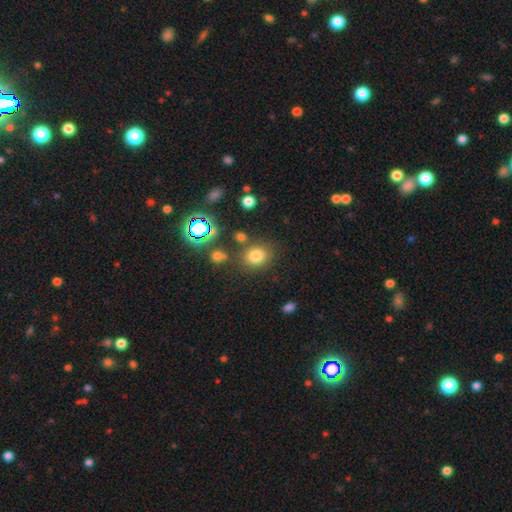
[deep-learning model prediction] Smooth or featured? Predicted: smooth (p=0.76). How rounded? Predicted: round (p=0.63). Merging? Predicted: none (p=0.76).